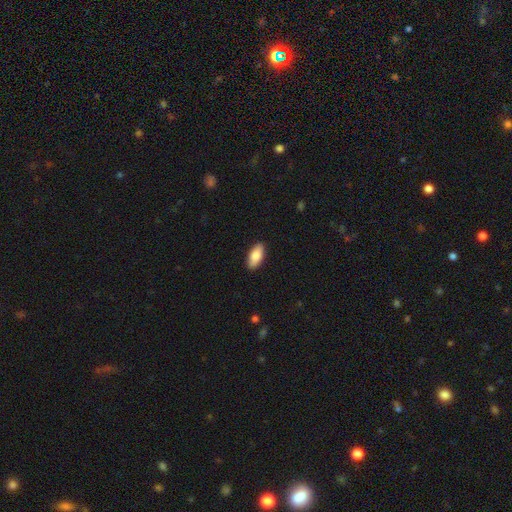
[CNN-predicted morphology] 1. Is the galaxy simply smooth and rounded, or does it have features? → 85% smooth, 9% featured or disk, 6% star or artifact.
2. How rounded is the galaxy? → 90% in between, 8% cigar-shaped, 2% round.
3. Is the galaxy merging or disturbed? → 89% none, 8% minor disturbance, 2% major disturbance, 1% merger.